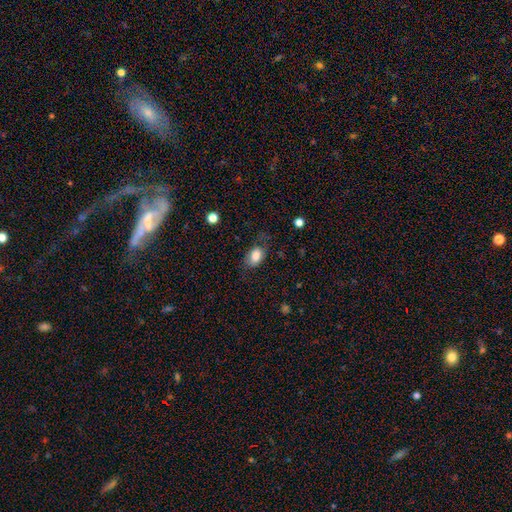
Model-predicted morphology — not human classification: This appears to be a smooth galaxy with no disk features (81%) that is in between round and cigar-shaped (86%). Merging: none (61%).